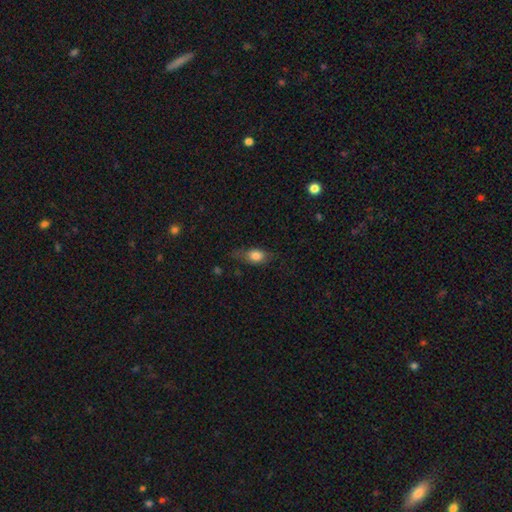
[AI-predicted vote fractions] A smooth galaxy with no disk features (77%) that is in between round and cigar-shaped (76%).

Vote fractions:
- Smooth or featured? smooth: 77% / featured or disk: 15% / star or artifact: 9%
- How rounded? in between: 76% / round: 15% / cigar-shaped: 9%
- Merging? none: 59% / minor disturbance: 27% / major disturbance: 11% / merger: 2%